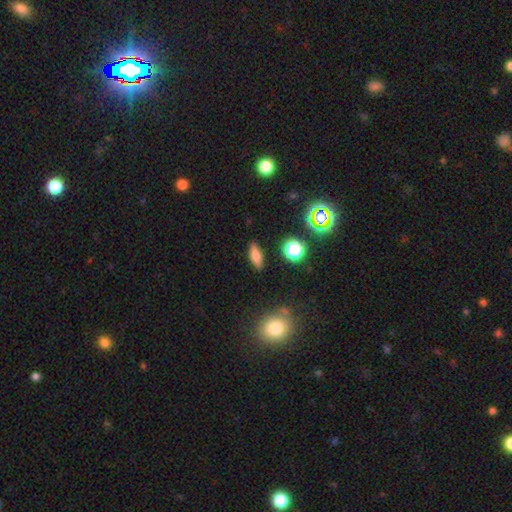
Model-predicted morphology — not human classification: Smooth or featured? Predicted: smooth (p=0.66). How rounded? Predicted: in between (p=0.57). Merging? Predicted: none (p=0.86).